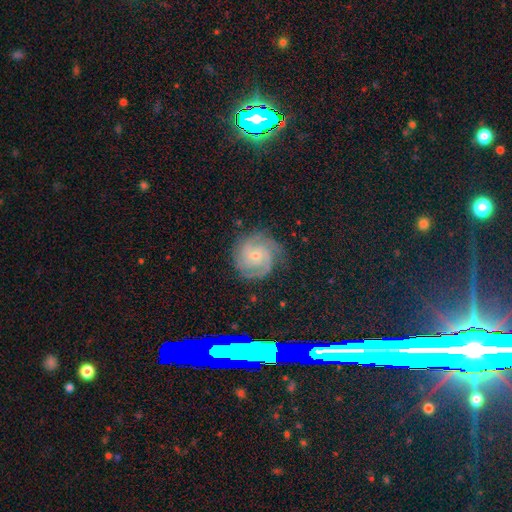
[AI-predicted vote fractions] featured or disk 84%, smooth 9%, star or artifact 7%. Down the decision tree: edge-on disk — no (98%); bar — no (70%); spiral arms — yes (98%); spiral arm count — 3 (40%); spiral winding — tight (64%); bulge size — small (70%); merging — none (79%).